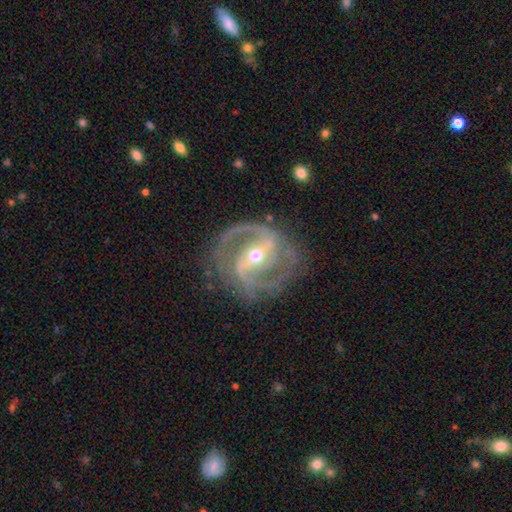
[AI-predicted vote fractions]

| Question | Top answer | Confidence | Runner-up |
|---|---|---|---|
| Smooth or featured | featured or disk | 90% | star or artifact (5%) |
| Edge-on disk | no | 96% | yes (4%) |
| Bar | strong | 54% | weak (32%) |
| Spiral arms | yes | 95% | no (5%) |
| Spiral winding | medium | 54% | tight (25%) |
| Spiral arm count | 2 | 86% | can't tell (5%) |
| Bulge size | moderate | 58% | small (37%) |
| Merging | none | 76% | minor disturbance (15%) |